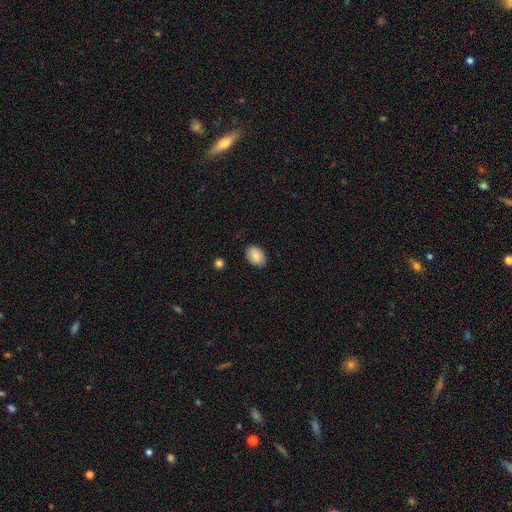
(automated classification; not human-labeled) Smooth or featured? Predicted: smooth (p=0.85). How rounded? Predicted: in between (p=0.79). Merging? Predicted: none (p=0.81).